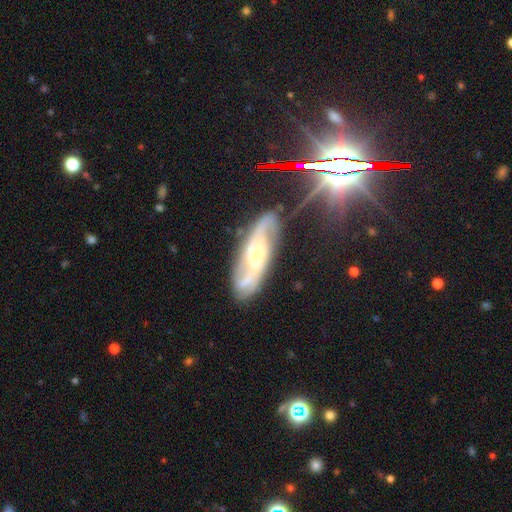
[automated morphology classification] Smooth or featured: featured or disk — 76% (smooth — 14%)
Edge-on disk: no — 86% (yes — 14%)
Bar: no — 50% (weak — 36%)
Spiral arms: yes — 95% (no — 5%)
Spiral winding: medium — 45% (tight — 28%)
Spiral arm count: 2 — 72% (can't tell — 14%)
Bulge size: small — 48% (moderate — 29%)
Merging: none — 74% (minor disturbance — 17%)